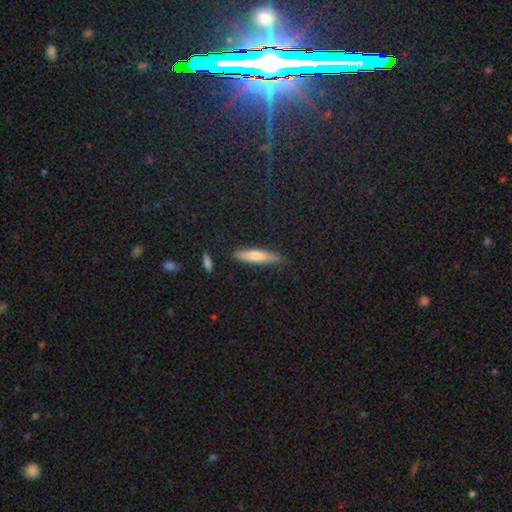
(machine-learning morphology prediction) Smooth or featured: smooth — 66% (featured or disk — 27%)
How rounded: cigar-shaped — 86% (in between — 12%)
Merging: none — 85% (minor disturbance — 11%)